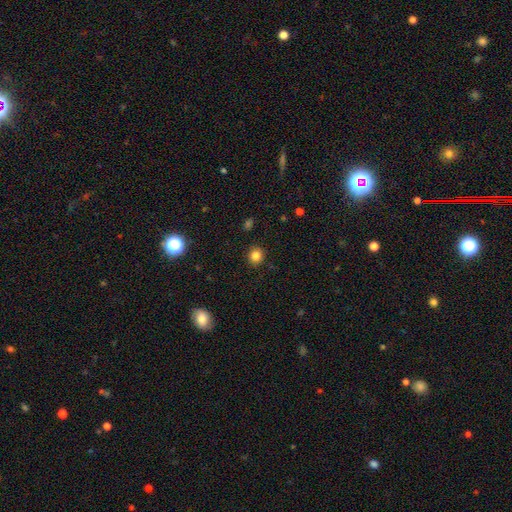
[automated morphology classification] smooth 83%, star or artifact 12%, featured or disk 5%. Down the decision tree: how rounded — round (87%); merging — none (91%).